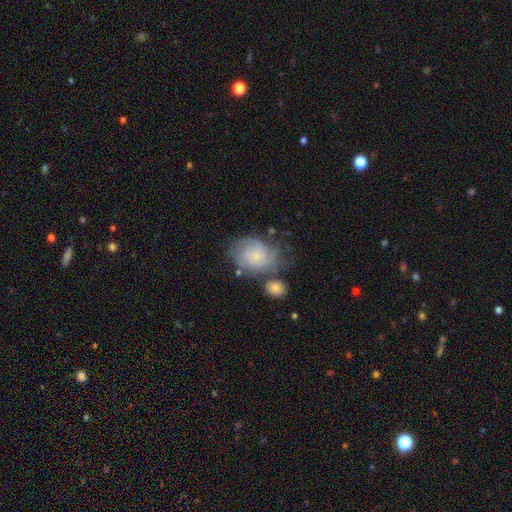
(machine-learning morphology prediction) Smooth or featured: featured or disk — 55% (smooth — 35%)
Edge-on disk: no — 97% (yes — 3%)
Bar: no — 75% (weak — 22%)
Spiral arms: yes — 85% (no — 15%)
Bulge size: small — 62% (moderate — 19%)
Merging: none — 51% (minor disturbance — 24%)